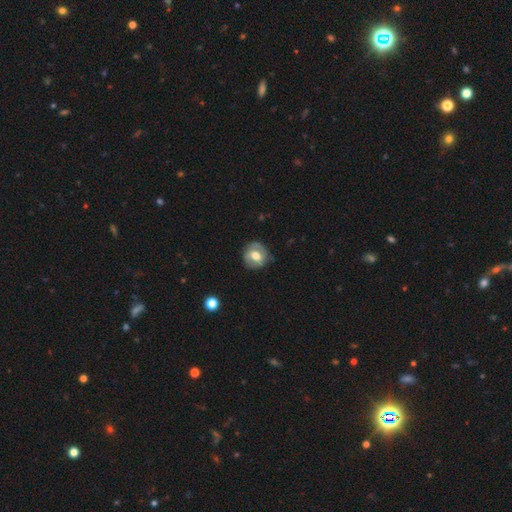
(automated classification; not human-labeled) Morphology: type=smooth (48%); merging=none (73%).